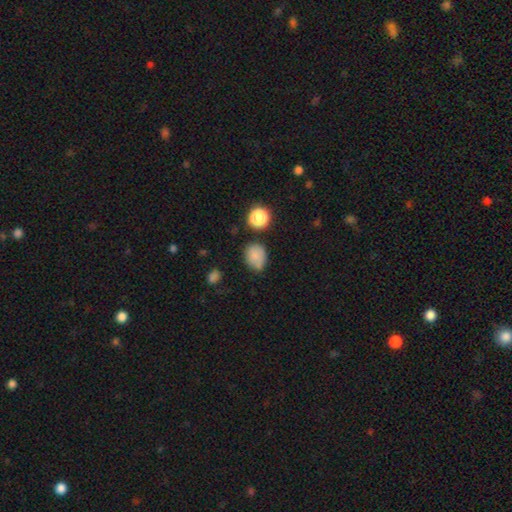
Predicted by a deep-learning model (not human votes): The model was most divided on "how rounded": round: 50%, in between: 49%, cigar-shaped: 1%. More confident: smooth or featured — smooth (80%); merging — none (61%).